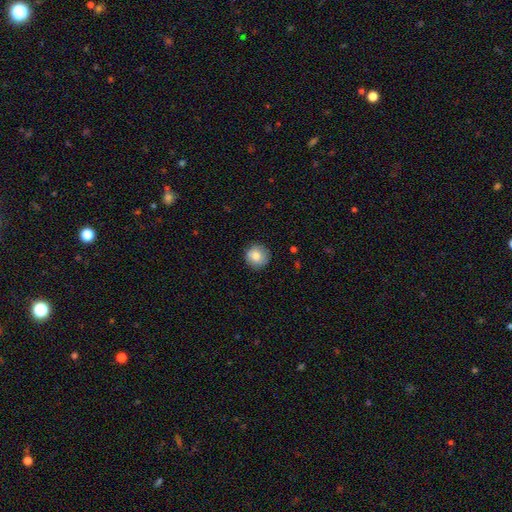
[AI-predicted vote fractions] smooth 82%, featured or disk 10%, star or artifact 8%. Down the decision tree: how rounded — round (93%); merging — none (86%).